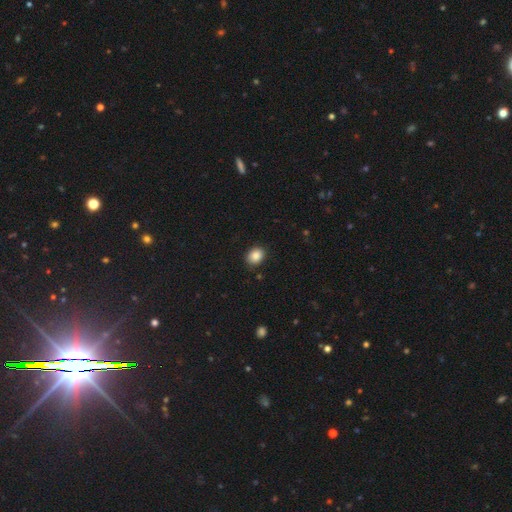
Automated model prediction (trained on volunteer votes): smooth-or-featured: smooth: 87% | star or artifact: 9% | featured or disk: 4%
  how-rounded: round: 51% | in between: 48% | cigar-shaped: 1%
  merging: none: 87% | minor disturbance: 9% | major disturbance: 2% | merger: 1%